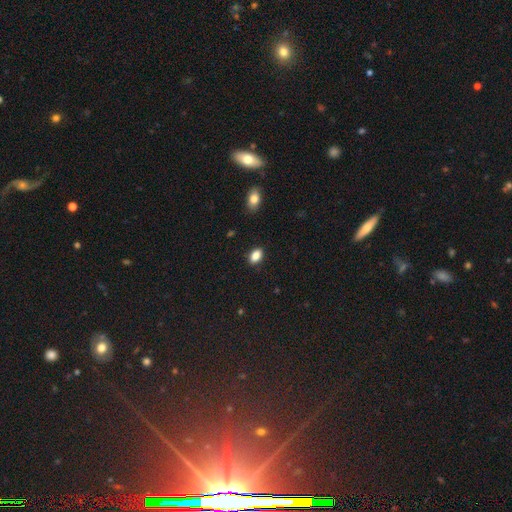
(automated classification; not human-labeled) The model was most divided on "how rounded": in between: 87%, round: 10%, cigar-shaped: 2%. More confident: merging — none (88%); smooth or featured — smooth (86%).